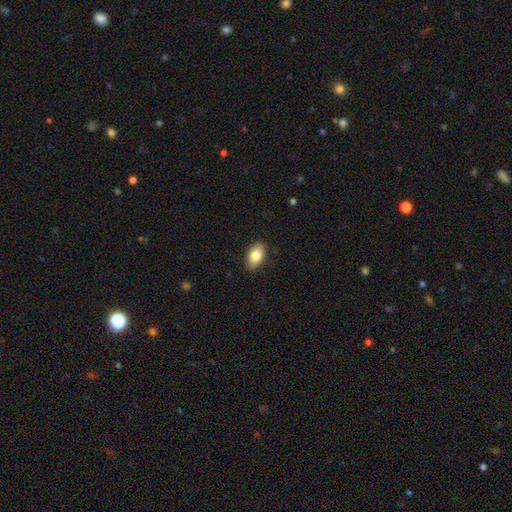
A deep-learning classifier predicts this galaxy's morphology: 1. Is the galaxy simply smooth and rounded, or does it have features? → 80% smooth, 13% featured or disk, 7% star or artifact.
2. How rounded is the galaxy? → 91% in between, 6% round, 3% cigar-shaped.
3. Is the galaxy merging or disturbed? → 88% none, 9% minor disturbance, 2% major disturbance, 1% merger.